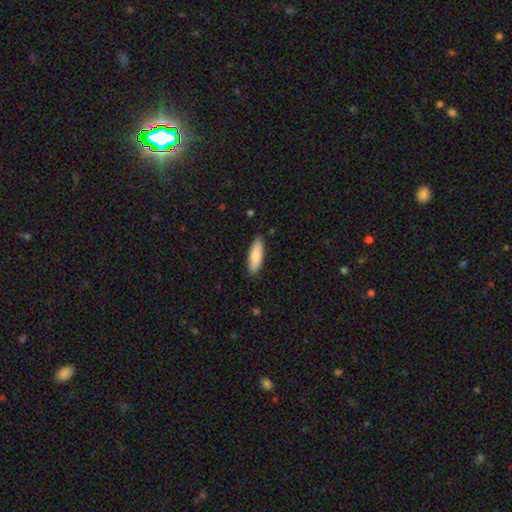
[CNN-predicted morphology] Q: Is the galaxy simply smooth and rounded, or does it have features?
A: smooth — 80%.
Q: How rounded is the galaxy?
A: cigar-shaped — 49%, tied with in between.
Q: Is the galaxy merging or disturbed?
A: none — 86%.